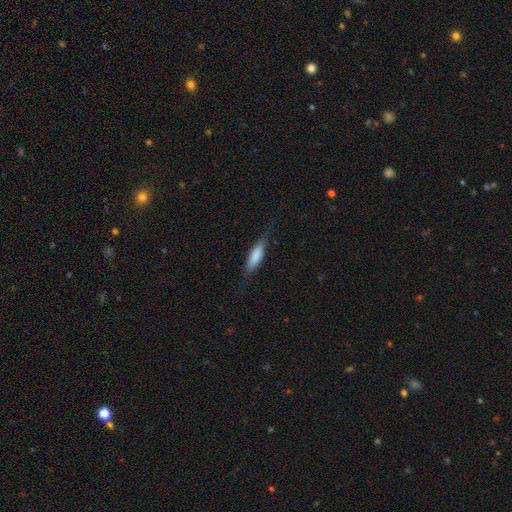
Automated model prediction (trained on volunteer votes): A smooth galaxy with no disk features (76%) that is cigar-shaped (63%). Merging: none (79%).